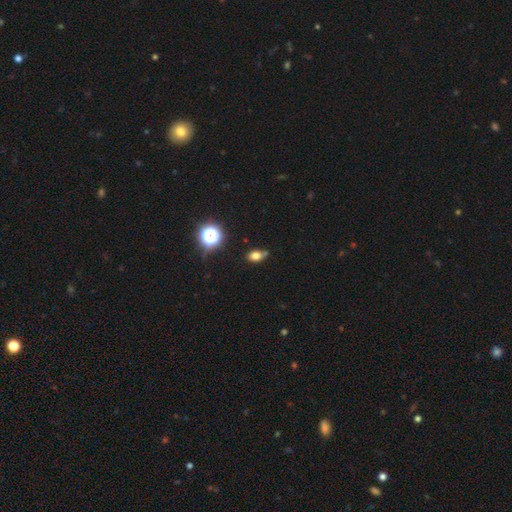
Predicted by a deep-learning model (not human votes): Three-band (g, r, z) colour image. It shows a smooth galaxy with no disk features (73%) that is in between round and cigar-shaped (74%). Merging: none (62%).